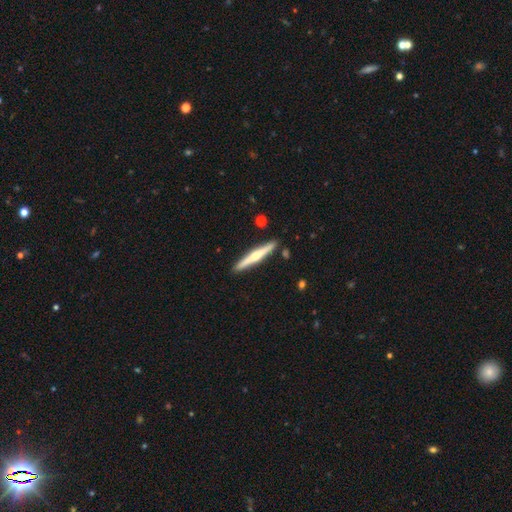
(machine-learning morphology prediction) type=featured or disk (64%); edge-on=yes (98%); edge-on bulge=rounded (86%); merging=none (90%).